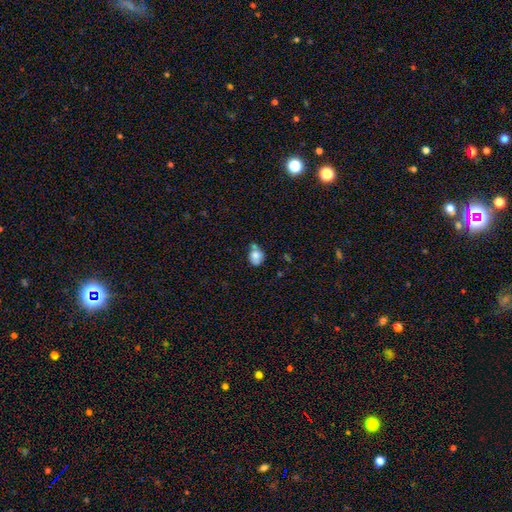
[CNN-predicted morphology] Smooth or featured? Predicted: smooth (p=0.74). How rounded? Predicted: round (p=0.56). Merging? Predicted: none (p=0.41).